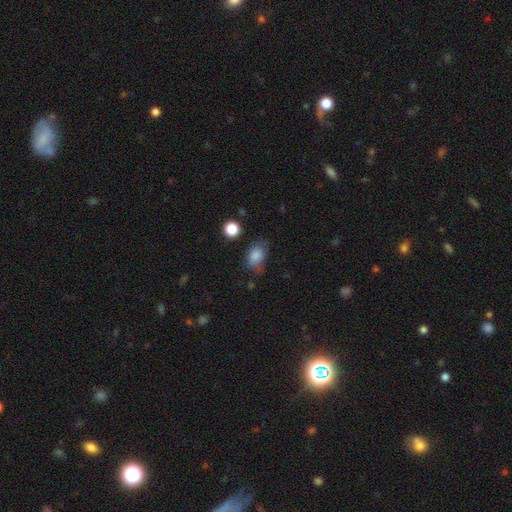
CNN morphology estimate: This is clearly a smooth galaxy (83%). How rounded: likely in between (77%). Merging: possibly none (57%).